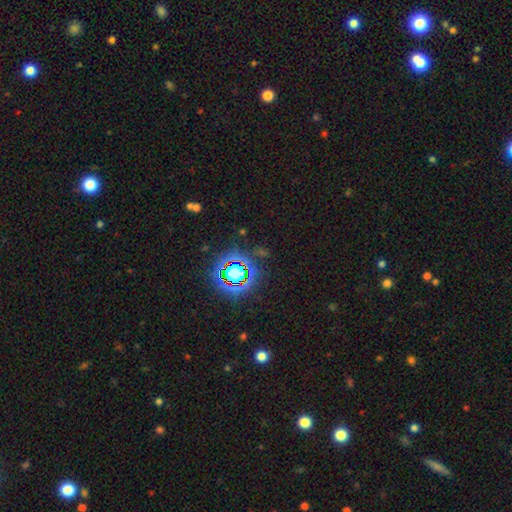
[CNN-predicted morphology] The model was most divided on "smooth or featured": star or artifact: 78%, smooth: 13%, featured or disk: 9%.